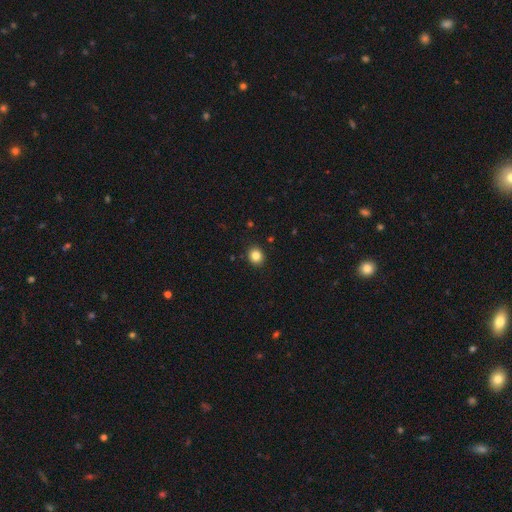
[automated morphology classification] smooth-or-featured: smooth: 84% | star or artifact: 11% | featured or disk: 5%
  how-rounded: round: 77% | in between: 22% | cigar-shaped: 1%
  merging: none: 91% | minor disturbance: 6% | major disturbance: 2% | merger: 1%